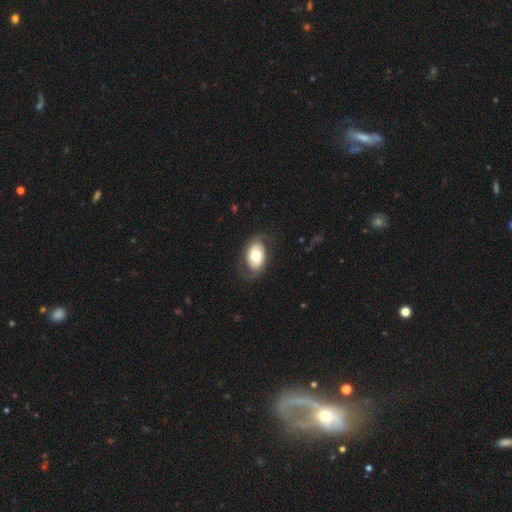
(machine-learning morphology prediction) A smooth galaxy with no disk features (52%) that is in between round and cigar-shaped (83%). Merging: none (73%).